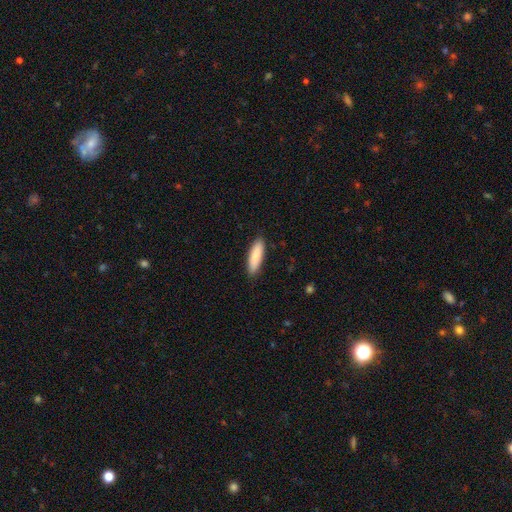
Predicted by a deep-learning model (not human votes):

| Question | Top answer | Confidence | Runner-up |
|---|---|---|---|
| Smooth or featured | smooth | 84% | featured or disk (11%) |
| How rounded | cigar-shaped | 55% | in between (43%) |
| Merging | none | 88% | minor disturbance (9%) |